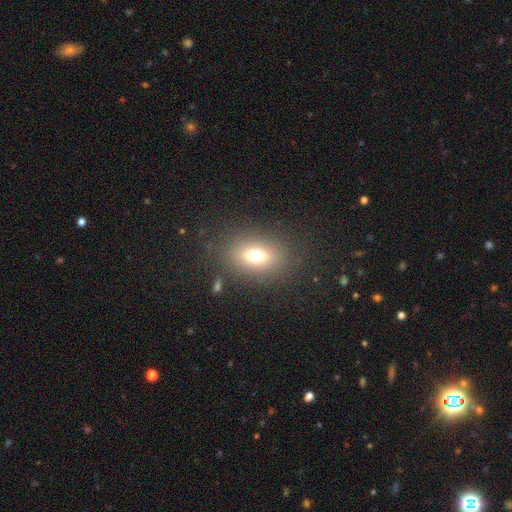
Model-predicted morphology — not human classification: type=smooth (68%); roundness=in between (72%); merging=none (82%).